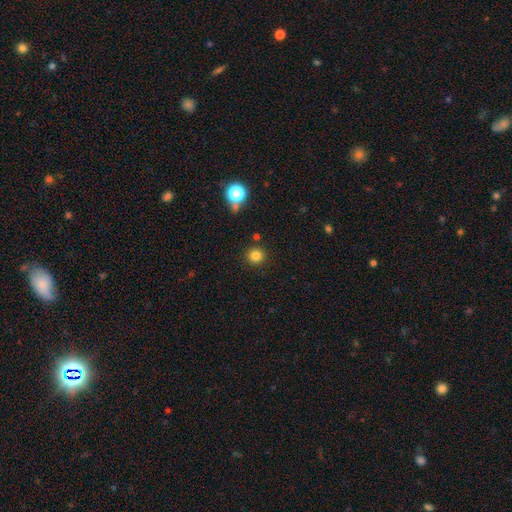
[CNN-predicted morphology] Smooth or featured? smooth (81%)
How rounded? round (94%)
Merging? none (88%)